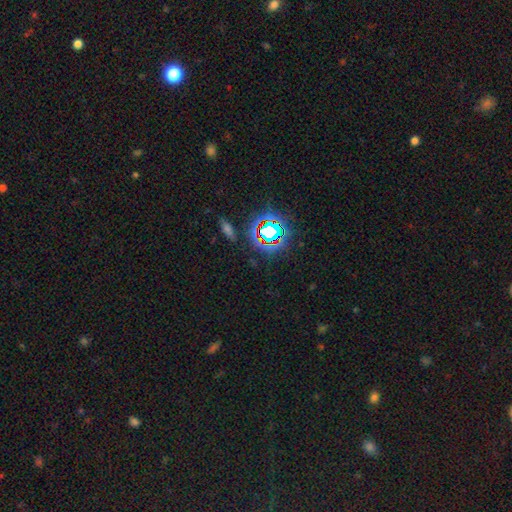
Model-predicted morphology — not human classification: A star or artifact, not a galaxy (78%).

Vote fractions:
- Smooth or featured? star or artifact: 78% / smooth: 14% / featured or disk: 8%